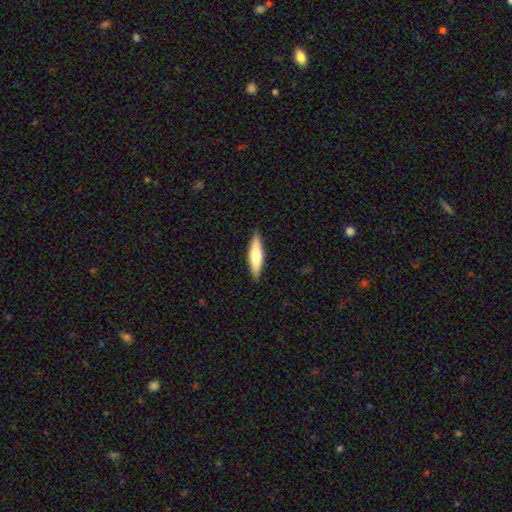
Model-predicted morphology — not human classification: Overall: smooth (65%; featured or disk 30%). How rounded: cigar-shaped (69%; in between 29%). Merging: none (89%).